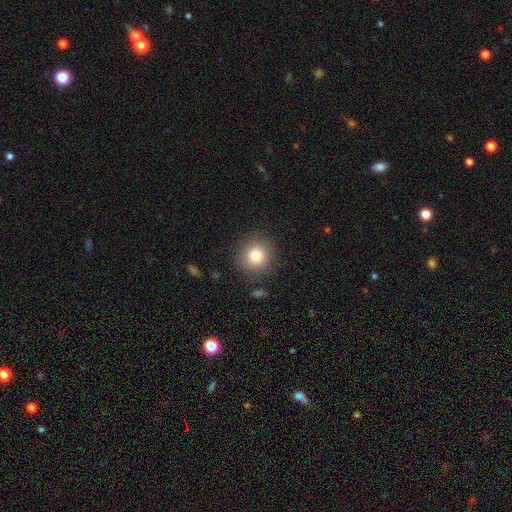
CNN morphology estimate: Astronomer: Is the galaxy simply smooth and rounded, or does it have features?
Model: smooth — 80%.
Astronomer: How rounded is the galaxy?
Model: round — 92%.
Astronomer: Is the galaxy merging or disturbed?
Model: none — 87%.